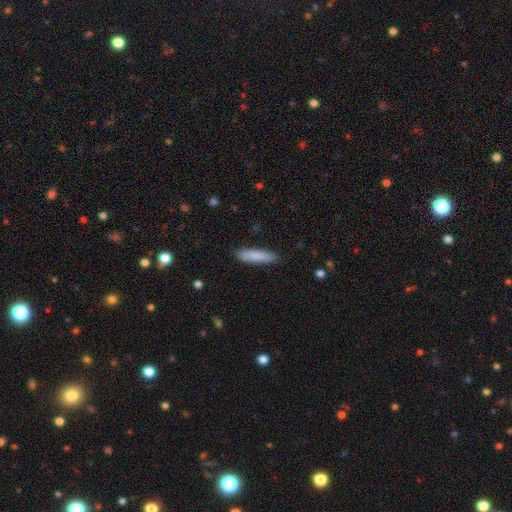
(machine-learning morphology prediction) smooth 84%, featured or disk 10%, star or artifact 6%. Down the decision tree: how rounded — cigar-shaped (81%); merging — none (88%).